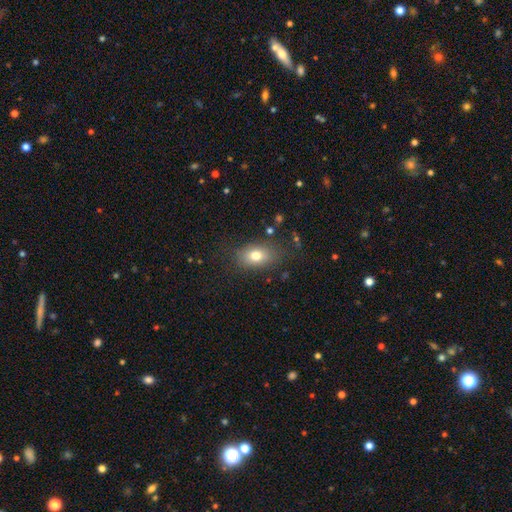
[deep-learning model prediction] smooth-or-featured: smooth: 77% | featured or disk: 13% | star or artifact: 10%
  how-rounded: in between: 80% | round: 17% | cigar-shaped: 2%
  merging: none: 77% | minor disturbance: 15% | major disturbance: 6% | merger: 2%